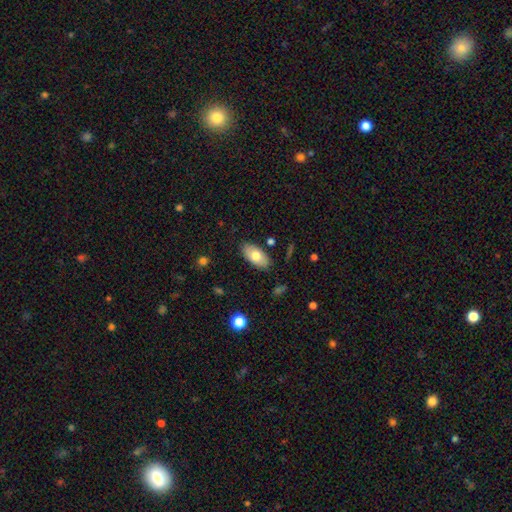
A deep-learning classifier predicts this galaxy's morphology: This is likely a smooth galaxy (73%). How rounded: clearly in between (93%). Merging: clearly none (84%).